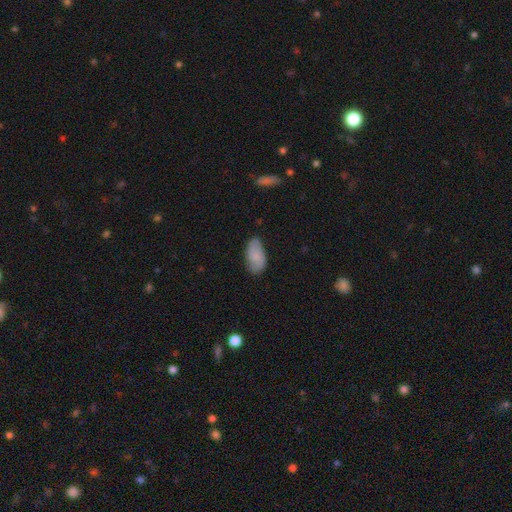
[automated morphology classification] Smooth or featured? smooth (79%)
How rounded? in between (94%)
Merging? none (73%)